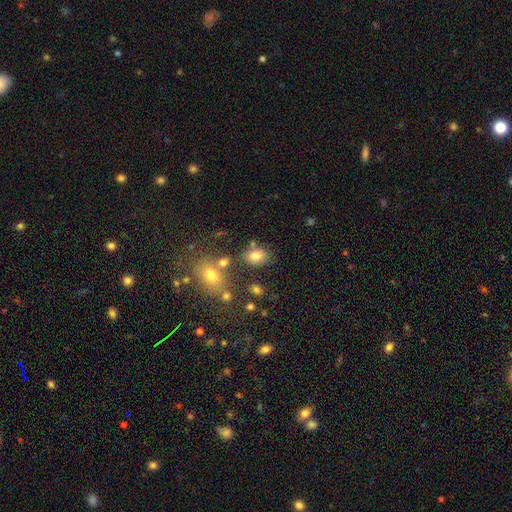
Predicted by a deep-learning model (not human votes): This appears to be a smooth galaxy with no disk features (79%) that is in between round and cigar-shaped (77%). Merging: none (69%).